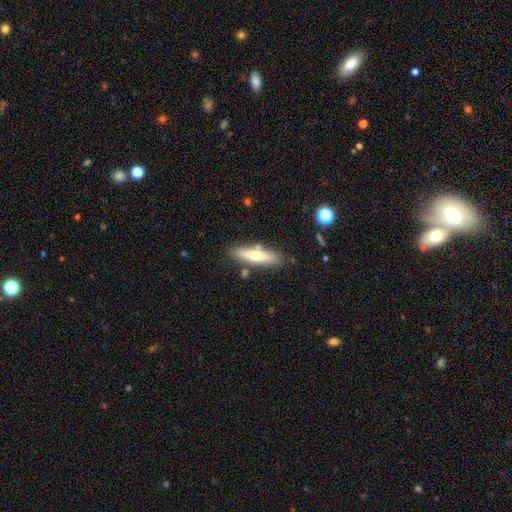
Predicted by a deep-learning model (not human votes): A smooth galaxy with no disk features (54%) that is cigar-shaped (71%). Merging: none (81%).